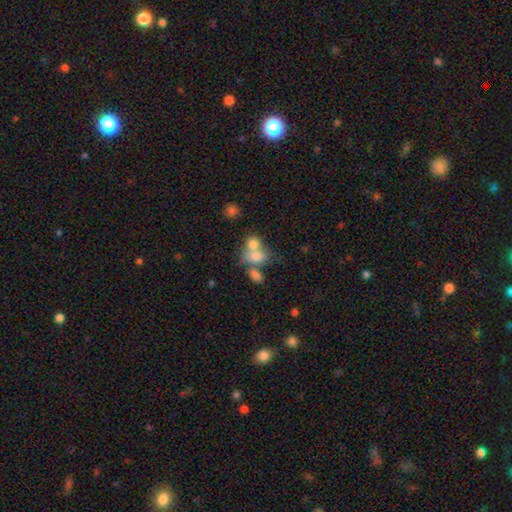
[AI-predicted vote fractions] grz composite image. It shows a smooth galaxy with no disk features (72%) that is in between round and cigar-shaped (60%). Merging: merger (58%).